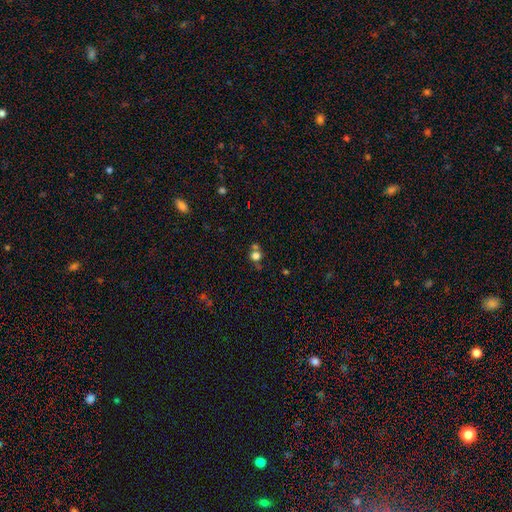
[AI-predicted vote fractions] The model was most divided on "merging": none: 55%, merger: 29%, minor disturbance: 11%, major disturbance: 5%. More confident: how rounded — round (83%); smooth or featured — smooth (71%).